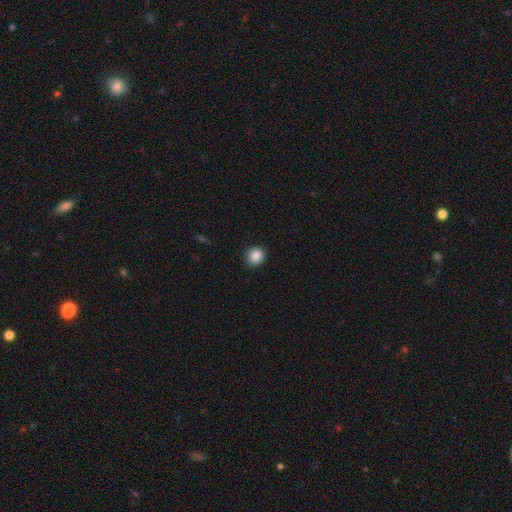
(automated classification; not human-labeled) This is clearly a smooth galaxy (87%). How rounded: clearly round (81%). Merging: clearly none (90%).